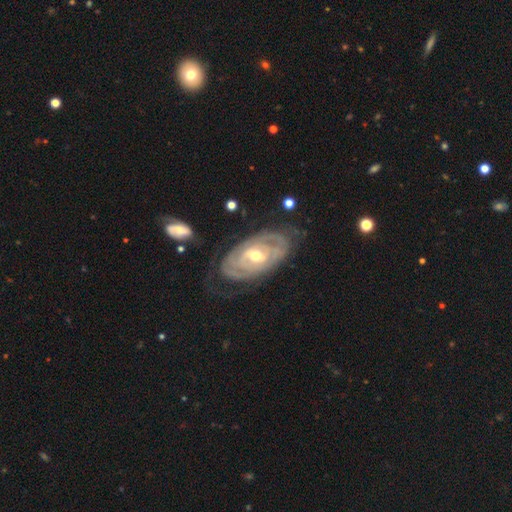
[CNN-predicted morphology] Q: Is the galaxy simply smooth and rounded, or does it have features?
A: featured or disk — 87%.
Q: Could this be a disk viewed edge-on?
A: no — 94%.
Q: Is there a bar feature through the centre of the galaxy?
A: weak — 46%.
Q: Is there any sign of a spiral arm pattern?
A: yes — 89%.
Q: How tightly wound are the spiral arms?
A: tight — 73%.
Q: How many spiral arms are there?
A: can't tell — 41%.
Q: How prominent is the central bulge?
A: moderate — 69%.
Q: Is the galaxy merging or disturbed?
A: none — 71%.